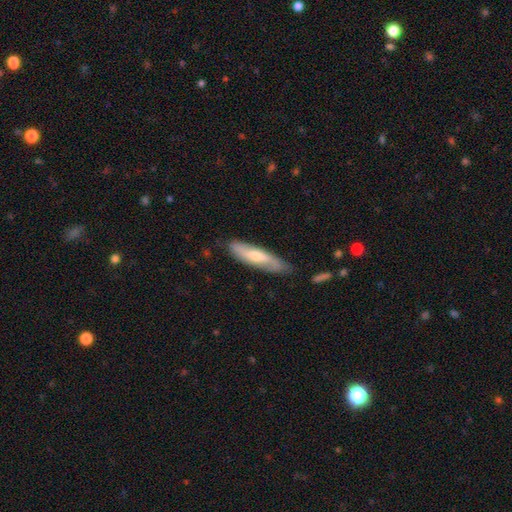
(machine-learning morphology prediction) Smooth or featured? featured or disk (50%)
Merging? none (77%)